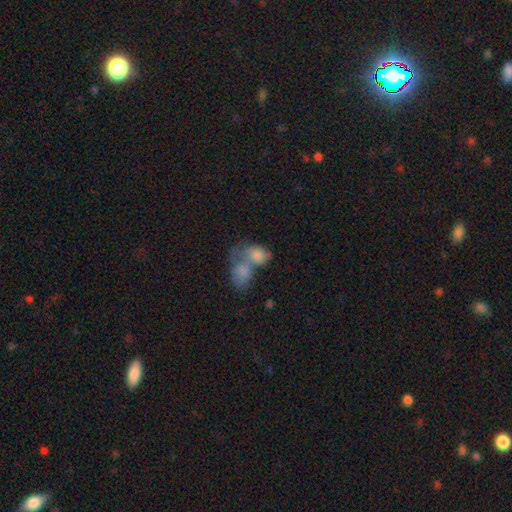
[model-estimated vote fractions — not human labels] A smooth galaxy with no disk features (74%) that is in between round and cigar-shaped (77%). Merging: merger (75%).